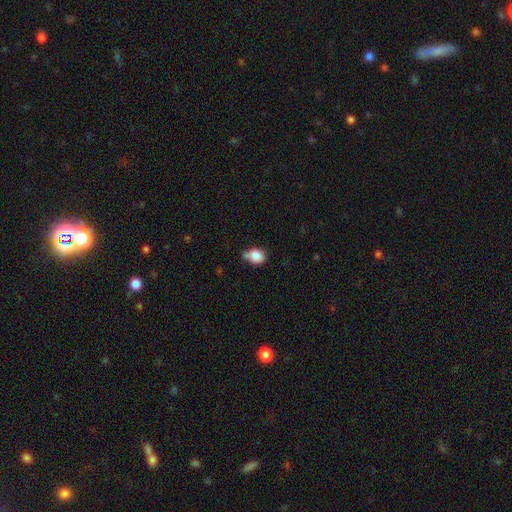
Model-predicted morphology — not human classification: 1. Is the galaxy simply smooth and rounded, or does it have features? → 84% smooth, 9% star or artifact, 7% featured or disk.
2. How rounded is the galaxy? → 51% round, 48% in between, 1% cigar-shaped.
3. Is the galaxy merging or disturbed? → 42% none, 32% minor disturbance, 17% merger, 9% major disturbance.